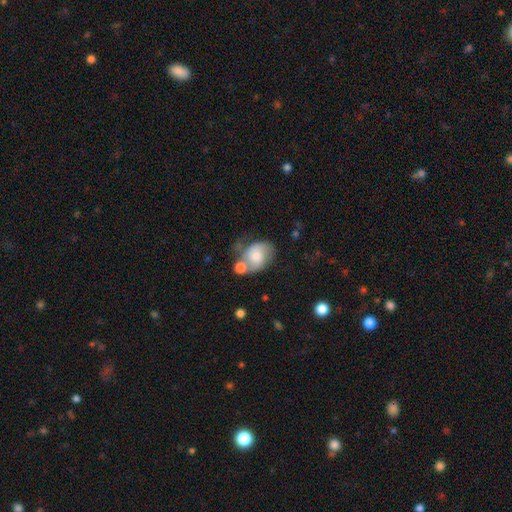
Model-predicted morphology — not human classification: smooth 47%, featured or disk 45%, star or artifact 8%. Down the decision tree: merging — none (39%).